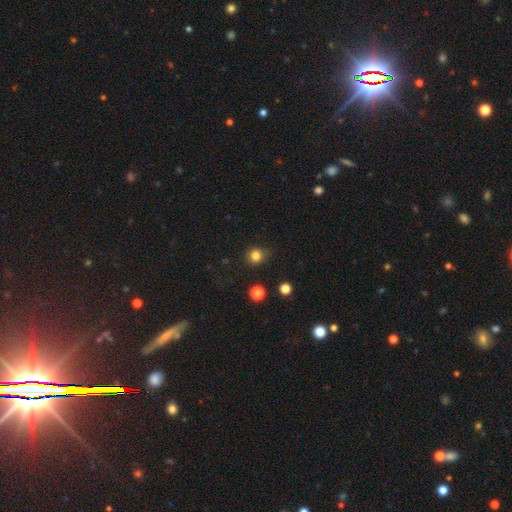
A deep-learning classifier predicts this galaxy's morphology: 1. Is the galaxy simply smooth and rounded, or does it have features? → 82% smooth, 14% star or artifact, 5% featured or disk.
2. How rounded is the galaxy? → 89% round, 10% in between, 1% cigar-shaped.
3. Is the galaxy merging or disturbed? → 83% none, 12% minor disturbance, 3% major disturbance, 2% merger.